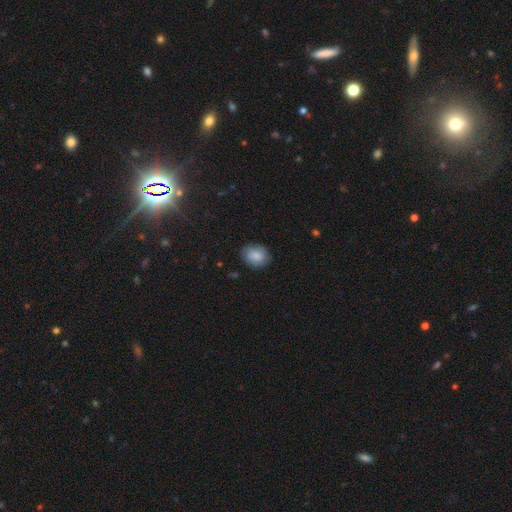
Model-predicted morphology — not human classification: Smooth or featured? Predicted: smooth (p=0.82). How rounded? Predicted: in between (p=0.52). Merging? Predicted: none (p=0.79).